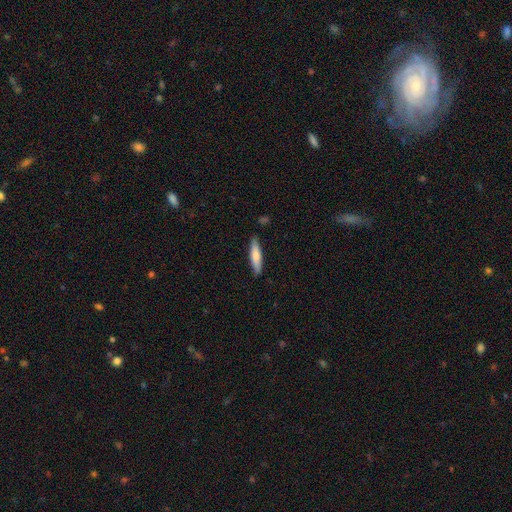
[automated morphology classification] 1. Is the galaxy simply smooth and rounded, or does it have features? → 72% smooth, 22% featured or disk, 5% star or artifact.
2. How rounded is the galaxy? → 78% cigar-shaped, 20% in between, 1% round.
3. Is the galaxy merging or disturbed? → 86% none, 11% minor disturbance, 2% major disturbance, 2% merger.